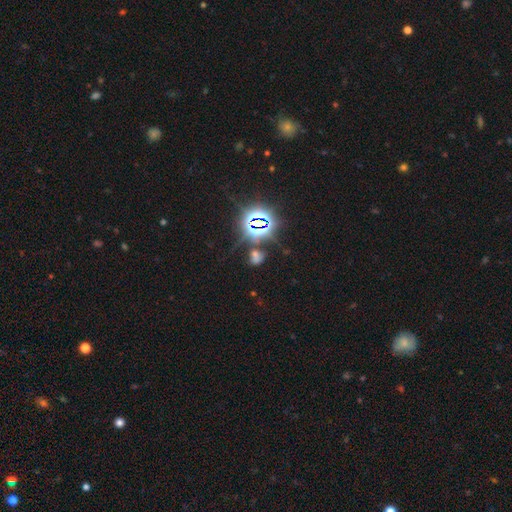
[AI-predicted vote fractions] smooth-or-featured: star or artifact: 55% | smooth: 35% | featured or disk: 10%